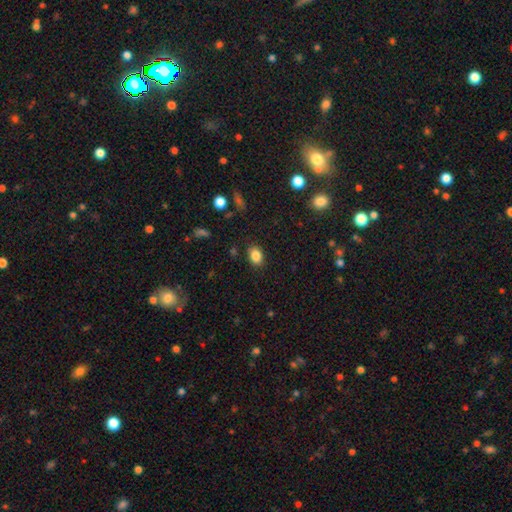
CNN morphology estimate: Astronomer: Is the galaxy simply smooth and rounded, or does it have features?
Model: smooth — 85%.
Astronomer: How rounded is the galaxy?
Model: in between — 73%.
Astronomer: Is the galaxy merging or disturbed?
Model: none — 86%.